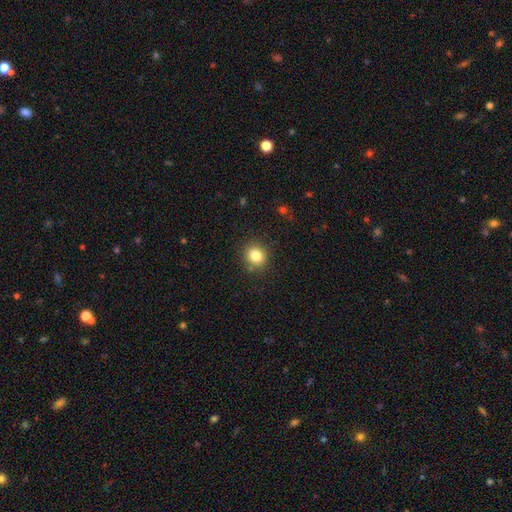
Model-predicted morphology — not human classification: Smooth or featured? Predicted: smooth (p=0.82). How rounded? Predicted: round (p=0.83). Merging? Predicted: none (p=0.87).